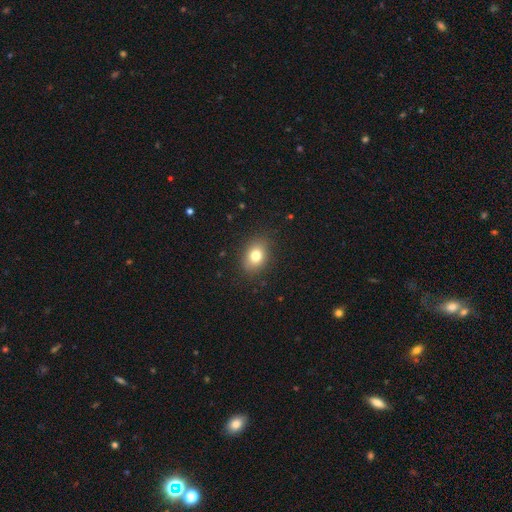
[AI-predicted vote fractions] Smooth or featured?
  - smooth: 78% *
  - featured or disk: 11%
  - star or artifact: 11%
How rounded?
  - in between: 67% *
  - round: 32%
  - cigar-shaped: 1%
Merging?
  - none: 85% *
  - minor disturbance: 11%
  - major disturbance: 3%
  - merger: 1%